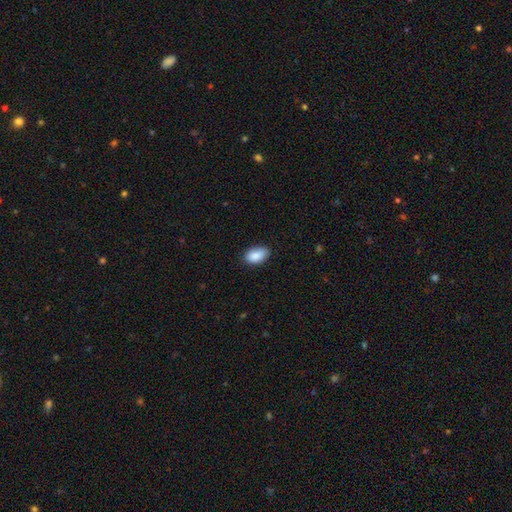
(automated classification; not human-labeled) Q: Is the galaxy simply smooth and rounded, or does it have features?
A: smooth — 89%.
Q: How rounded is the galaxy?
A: in between — 93%.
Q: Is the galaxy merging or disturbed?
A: none — 82%.